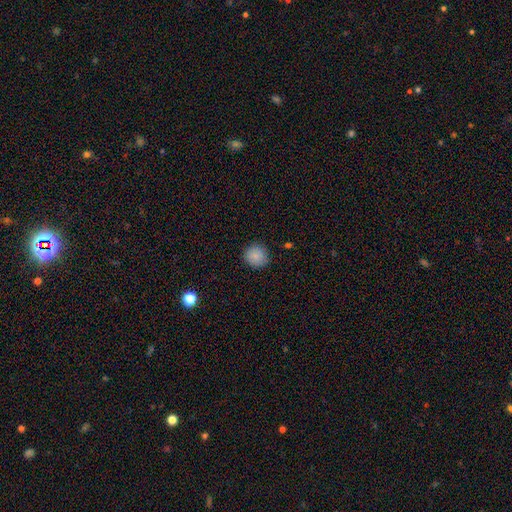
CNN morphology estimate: This is clearly a smooth galaxy (87%). How rounded: clearly round (90%). Merging: clearly none (87%).